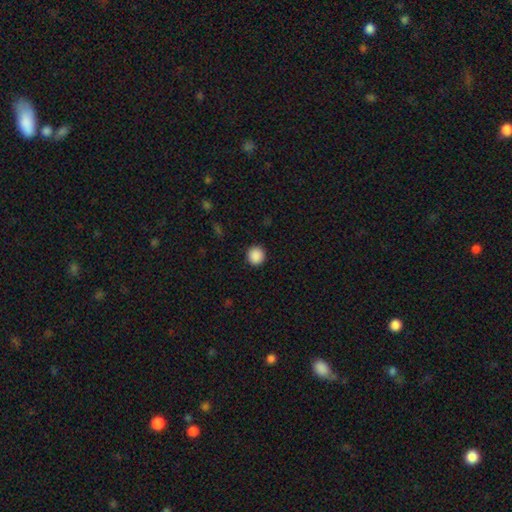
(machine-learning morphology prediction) Smooth or featured? Predicted: smooth (p=0.89). How rounded? Predicted: round (p=0.94). Merging? Predicted: none (p=0.92).